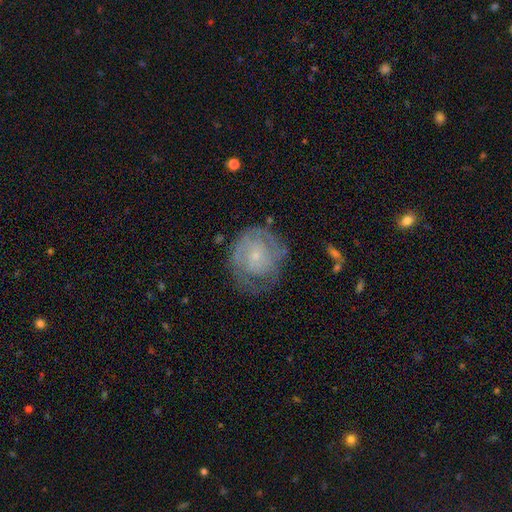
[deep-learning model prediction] This appears to be a featured or disk galaxy (61%) with no bar (79%), spiral arms (69%) and a small central bulge (78%). Merging: none (57%).